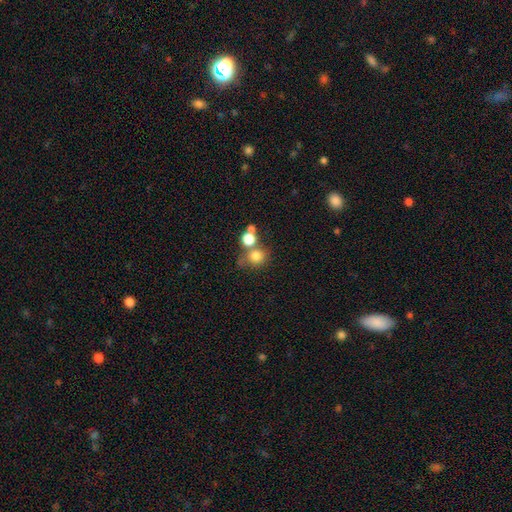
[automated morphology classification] A smooth galaxy with no disk features (77%) that is round (83%). Merging: none (51%).